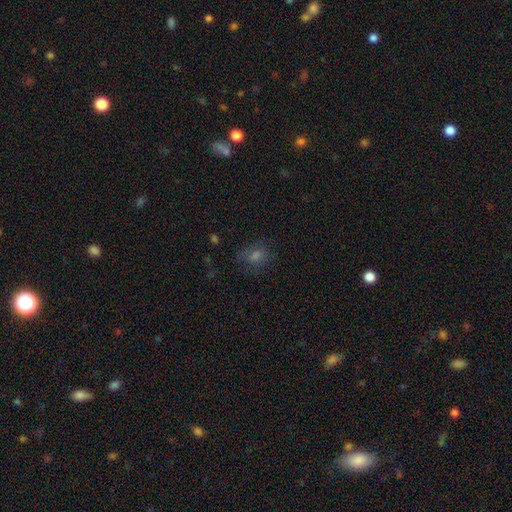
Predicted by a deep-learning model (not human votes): smooth 57%, star or artifact 28%, featured or disk 15%. Down the decision tree: how rounded — round (55%); merging — none (73%).